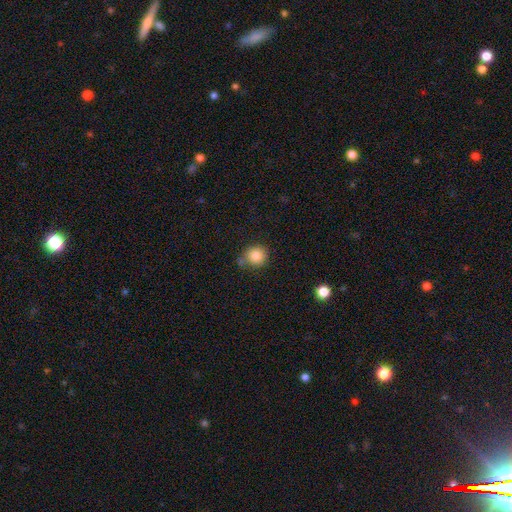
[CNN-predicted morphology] smooth-or-featured: smooth: 85% | star or artifact: 10% | featured or disk: 5%
  how-rounded: round: 89% | in between: 10% | cigar-shaped: 1%
  merging: none: 67% | minor disturbance: 18% | merger: 10% | major disturbance: 5%